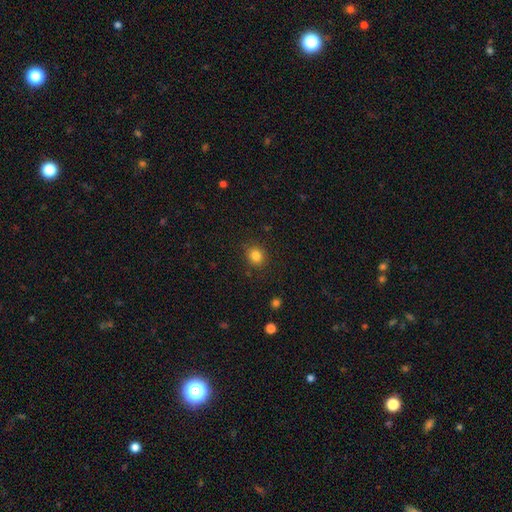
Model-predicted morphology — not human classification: Overall: smooth (83%). How rounded: round (80%). Merging: none (86%).